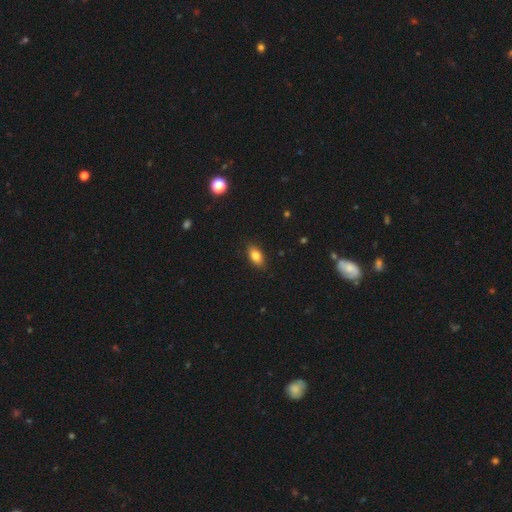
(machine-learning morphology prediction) The model was most divided on "smooth or featured": smooth: 82%, featured or disk: 10%, star or artifact: 8%. More confident: how rounded — in between (88%); merging — none (87%).